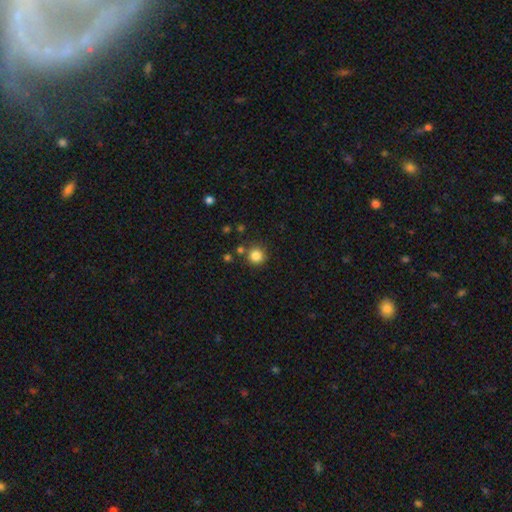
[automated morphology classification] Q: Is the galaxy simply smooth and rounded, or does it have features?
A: smooth — 84%.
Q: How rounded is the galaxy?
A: round — 93%.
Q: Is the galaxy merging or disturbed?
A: none — 81%.